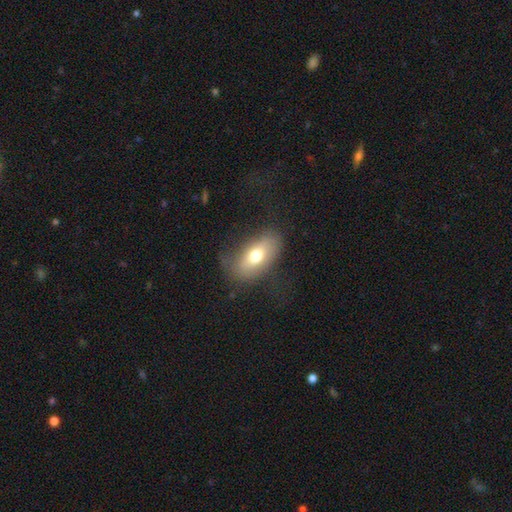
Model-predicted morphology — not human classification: The model was most divided on "merging": none: 64%, minor disturbance: 22%, major disturbance: 12%, merger: 2%. More confident: how rounded — in between (88%); smooth or featured — smooth (67%).